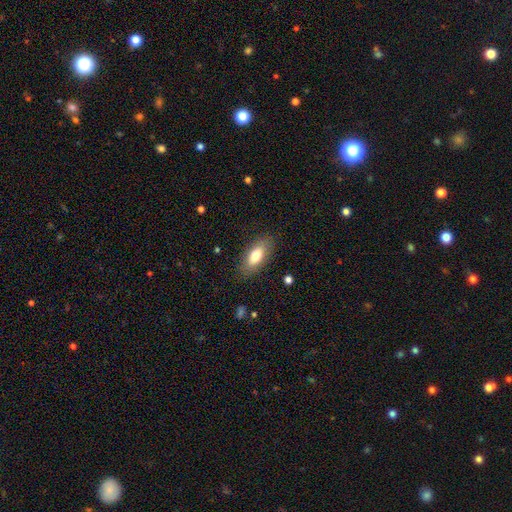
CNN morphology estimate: Smooth or featured? smooth (75%)
How rounded? in between (82%)
Merging? none (85%)